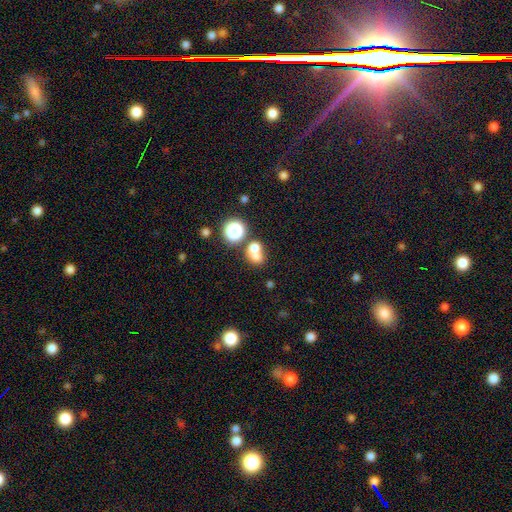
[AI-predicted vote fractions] Smooth or featured? Predicted: smooth (p=0.69). How rounded? Predicted: round (p=0.67). Merging? Predicted: merger (p=0.56).